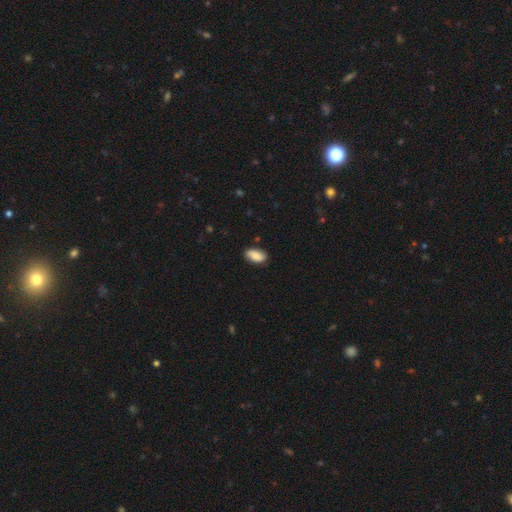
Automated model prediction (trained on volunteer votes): Q: Smooth or featured?
A: smooth (85%); runner-up: featured or disk (8%)
Q: How rounded?
A: in between (93%); runner-up: cigar-shaped (4%)
Q: Merging?
A: none (83%); runner-up: minor disturbance (14%)